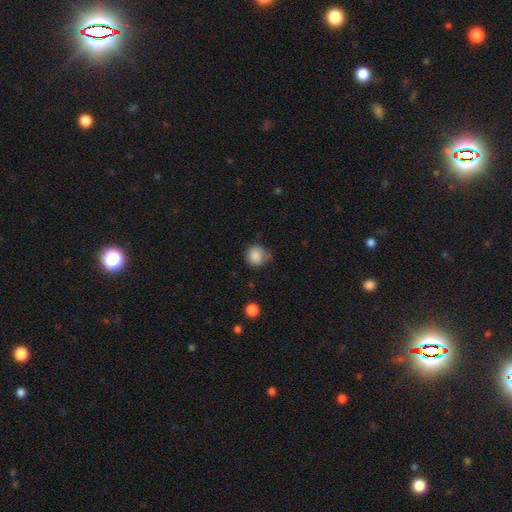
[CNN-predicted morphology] Overall: smooth (86%). How rounded: round (89%). Merging: none (66%).